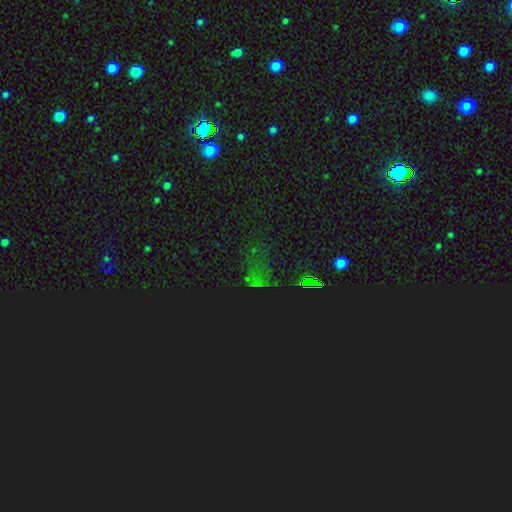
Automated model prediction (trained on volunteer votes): Q: Smooth or featured?
A: star or artifact (67%); runner-up: smooth (22%)